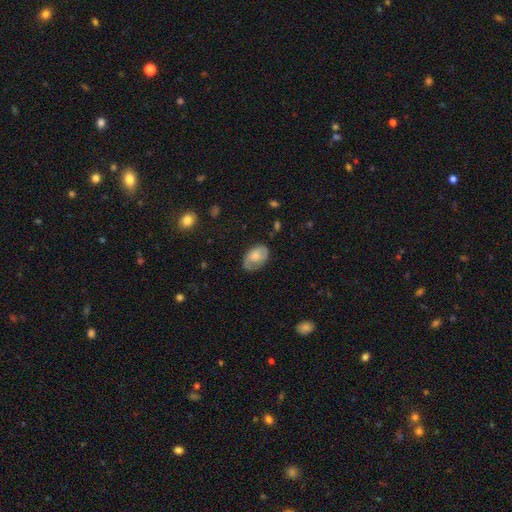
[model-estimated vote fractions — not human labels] featured or disk 48%, smooth 44%, star or artifact 7%. Down the decision tree: merging — none (65%).